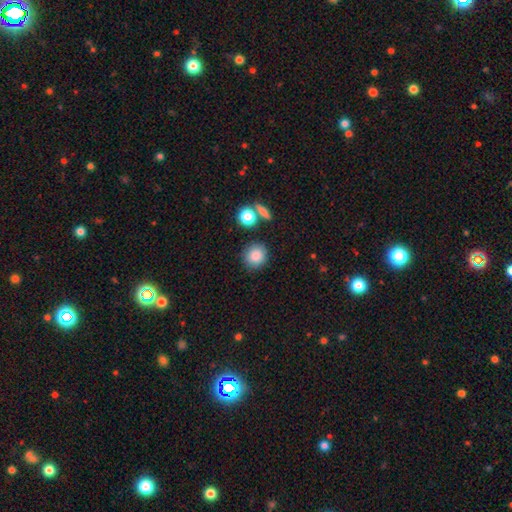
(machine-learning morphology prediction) A smooth galaxy with no disk features (85%) that is round (85%). Merging: none (80%).